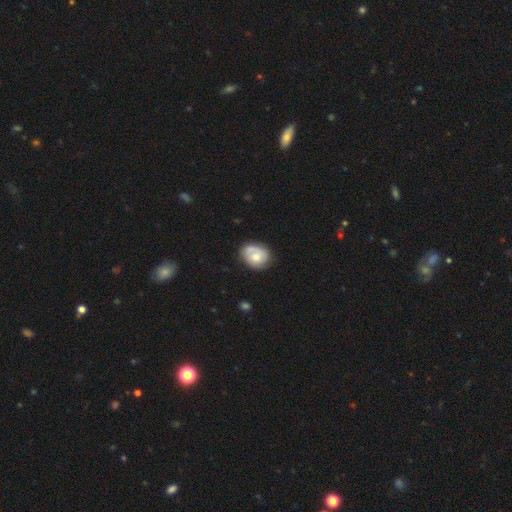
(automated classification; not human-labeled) Morphology: type=smooth (52%); roundness=in between (50%); merging=none (67%).